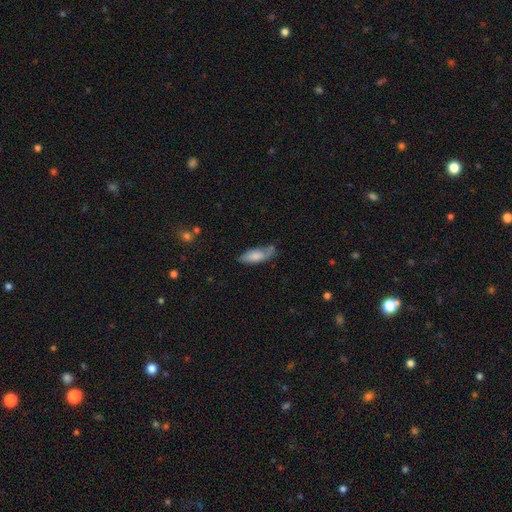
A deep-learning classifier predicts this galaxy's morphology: Overall: smooth (72%). How rounded: in between (72%). Merging: none (56%; minor disturbance 31%).